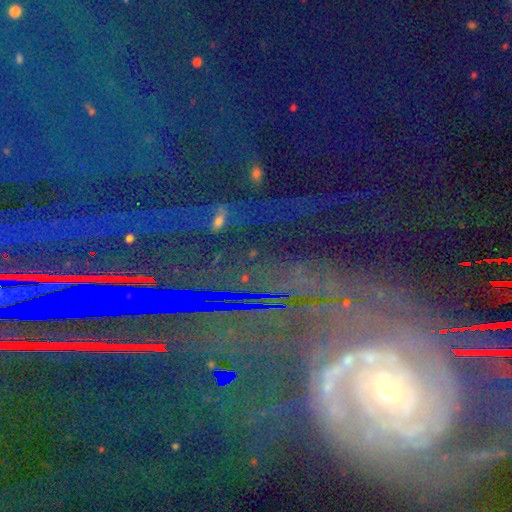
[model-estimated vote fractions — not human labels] Morphology: type=star or artifact (53%).